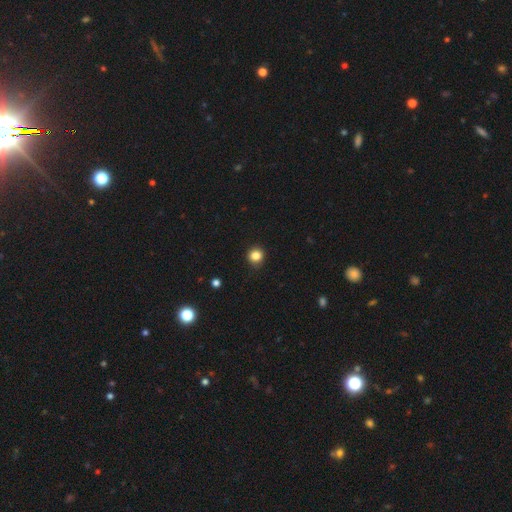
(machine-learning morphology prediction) Smooth or featured?
  - smooth: 83% *
  - star or artifact: 12%
  - featured or disk: 4%
How rounded?
  - round: 90% *
  - in between: 9%
  - cigar-shaped: 1%
Merging?
  - none: 88% *
  - minor disturbance: 9%
  - major disturbance: 2%
  - merger: 1%